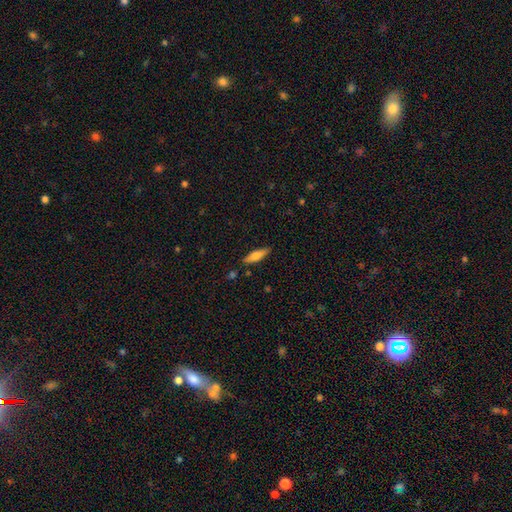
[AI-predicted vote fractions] Smooth or featured?
  - smooth: 64% *
  - featured or disk: 29%
  - star or artifact: 6%
How rounded?
  - cigar-shaped: 58% *
  - in between: 40%
  - round: 2%
Merging?
  - none: 85% *
  - minor disturbance: 11%
  - major disturbance: 2%
  - merger: 2%